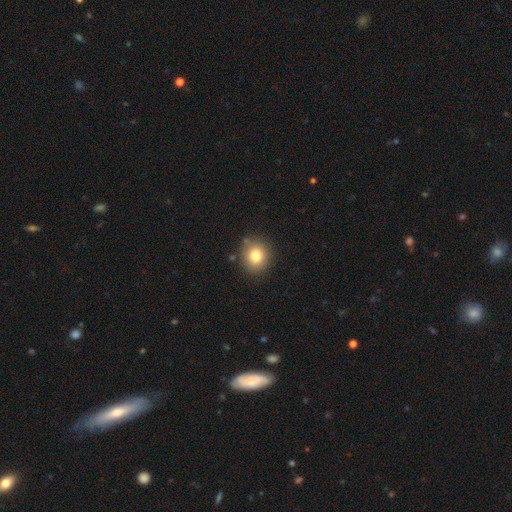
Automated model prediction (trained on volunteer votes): A smooth galaxy with no disk features (79%) that is round (85%).

Vote fractions:
- Smooth or featured? smooth: 79% / star or artifact: 11% / featured or disk: 9%
- How rounded? round: 85% / in between: 14% / cigar-shaped: 1%
- Merging? none: 86% / minor disturbance: 9% / merger: 3% / major disturbance: 3%